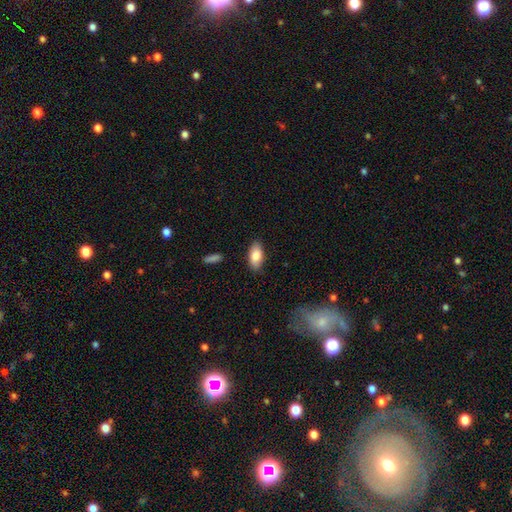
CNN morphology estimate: Smooth or featured?
  - smooth: 84% *
  - featured or disk: 10%
  - star or artifact: 6%
How rounded?
  - in between: 91% *
  - cigar-shaped: 6%
  - round: 3%
Merging?
  - none: 85% *
  - minor disturbance: 11%
  - major disturbance: 2%
  - merger: 2%